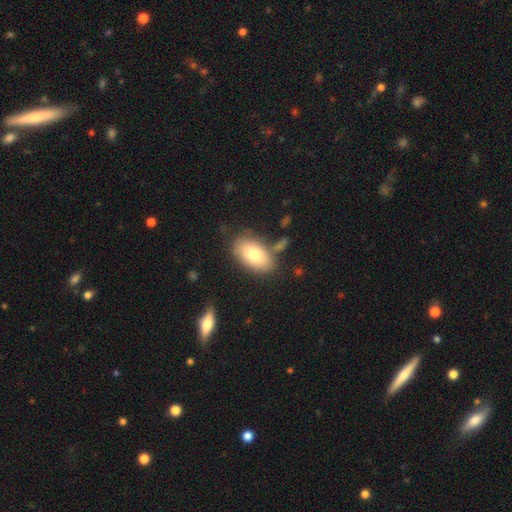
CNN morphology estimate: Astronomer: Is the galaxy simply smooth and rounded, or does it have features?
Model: smooth — 76%.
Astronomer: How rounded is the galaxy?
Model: in between — 93%.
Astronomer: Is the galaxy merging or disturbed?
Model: none — 75%.